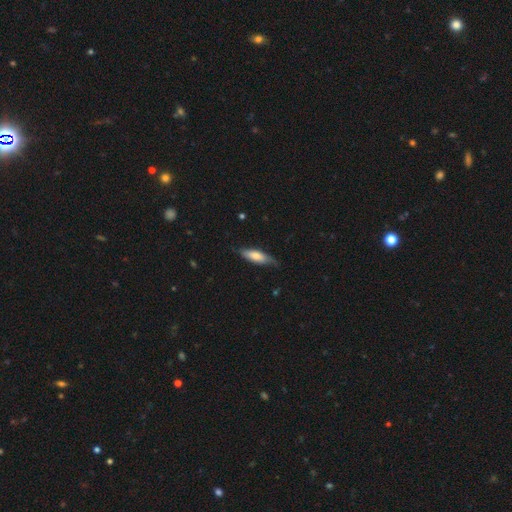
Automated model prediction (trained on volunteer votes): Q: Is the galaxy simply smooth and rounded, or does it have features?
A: smooth — 66%.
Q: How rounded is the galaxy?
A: in between — 50%.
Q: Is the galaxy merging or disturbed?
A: none — 68%.